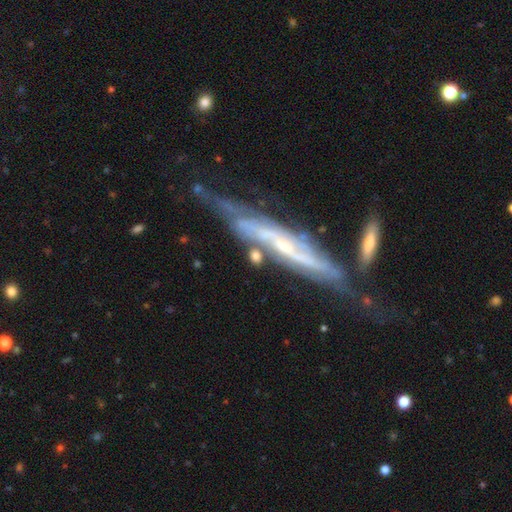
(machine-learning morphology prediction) The model was most divided on "edge-on disk": no: 60%, yes: 40%. More confident: smooth or featured — featured or disk (60%); merging — none (53%).